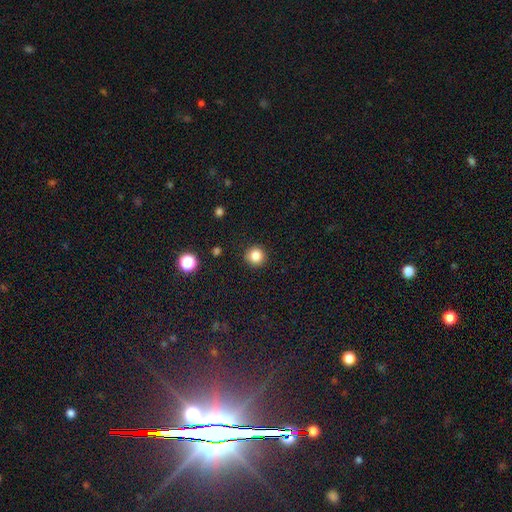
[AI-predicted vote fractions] Morphology: type=smooth (85%); roundness=round (94%); merging=none (91%).